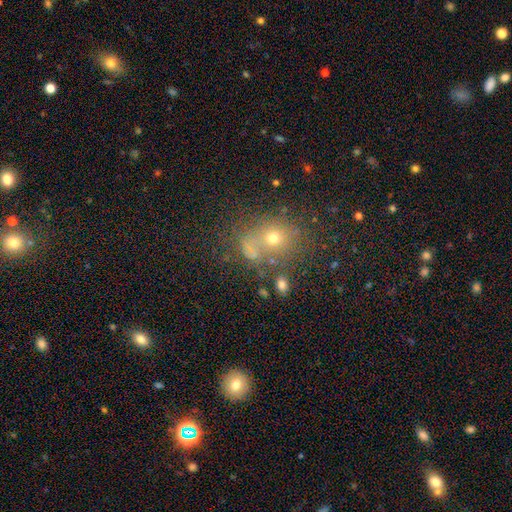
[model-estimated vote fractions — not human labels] This is possibly a smooth galaxy (56%). How rounded: likely round (62%). Merging: possibly none (49%).